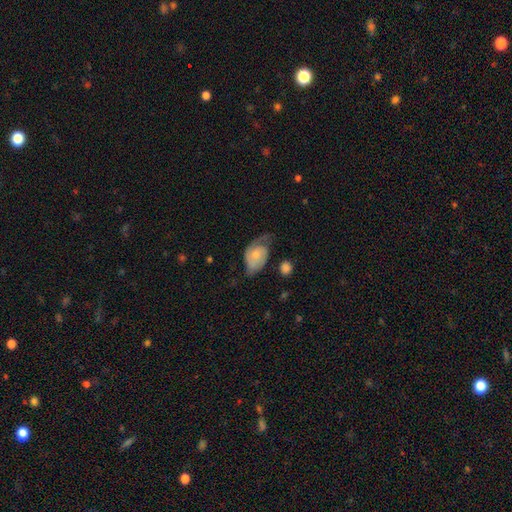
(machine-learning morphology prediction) smooth-or-featured: featured or disk: 54% | smooth: 40% | star or artifact: 6%
  disk-edge-on: no: 96% | yes: 4%
    bar: no: 73% | weak: 24% | strong: 4%
    has-spiral-arms: yes: 84% | no: 16%
    bulge-size: small: 44% | moderate: 37% | none: 10% | large: 6% | dominant: 2%
  merging: minor disturbance: 35% (tied) | none: 35% (tied) | major disturbance: 27% | merger: 3%